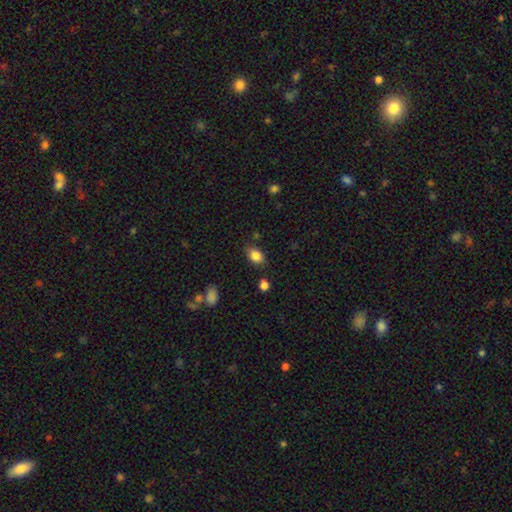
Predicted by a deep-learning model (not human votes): smooth_or_featured: smooth (p=0.83) [alt: star or artifact p=0.09]
how_rounded: in between (p=0.83) [alt: round p=0.14]
merging: none (p=0.79) [alt: minor disturbance p=0.15]